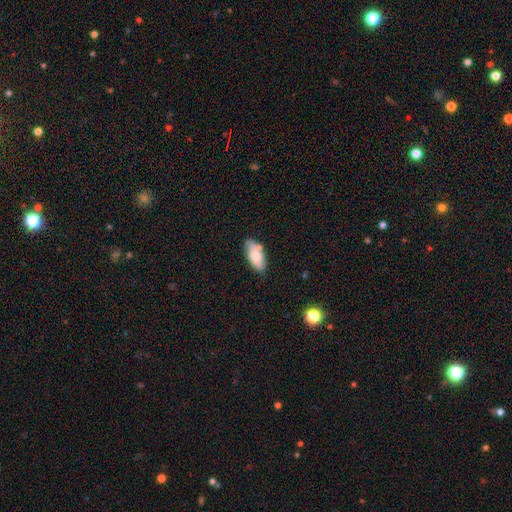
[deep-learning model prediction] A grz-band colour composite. It shows a smooth galaxy with no disk features (73%) that is in between round and cigar-shaped (89%). Merging: none (65%).